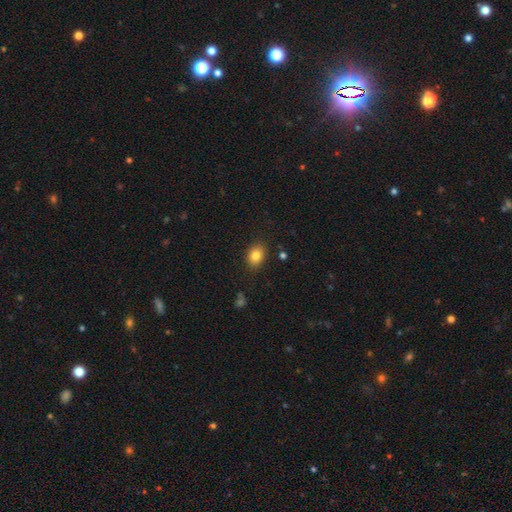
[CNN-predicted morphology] smooth 84%, star or artifact 9%, featured or disk 7%. Down the decision tree: how rounded — in between (66%); merging — none (86%).